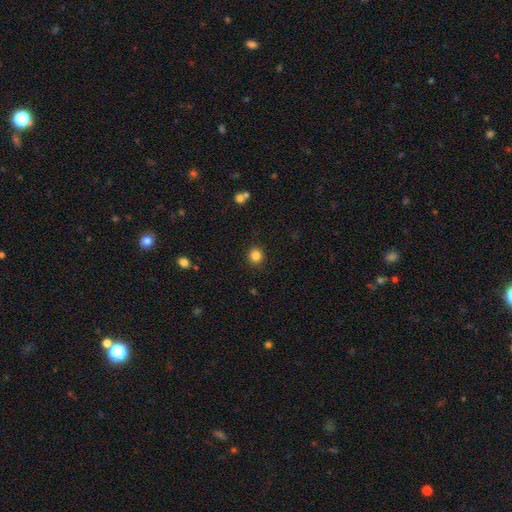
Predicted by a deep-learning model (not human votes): Smooth or featured?
  - smooth: 84% *
  - star or artifact: 11%
  - featured or disk: 4%
How rounded?
  - round: 93% *
  - in between: 6%
  - cigar-shaped: 1%
Merging?
  - none: 91% *
  - minor disturbance: 5%
  - major disturbance: 2%
  - merger: 1%